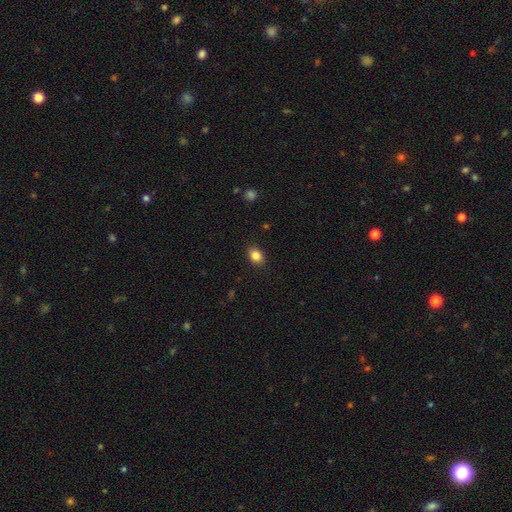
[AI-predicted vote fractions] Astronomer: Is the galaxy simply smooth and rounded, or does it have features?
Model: smooth — 85%.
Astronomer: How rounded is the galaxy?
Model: in between — 67%.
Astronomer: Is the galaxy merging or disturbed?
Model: none — 89%.